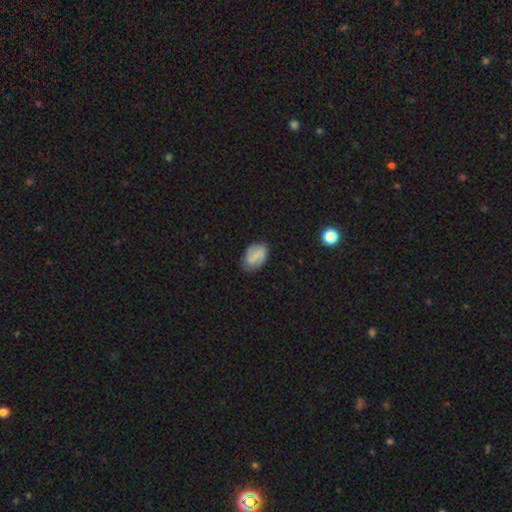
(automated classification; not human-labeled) Smooth or featured? Predicted: smooth (p=0.57). How rounded? Predicted: in between (p=0.81). Merging? Predicted: none (p=0.74).